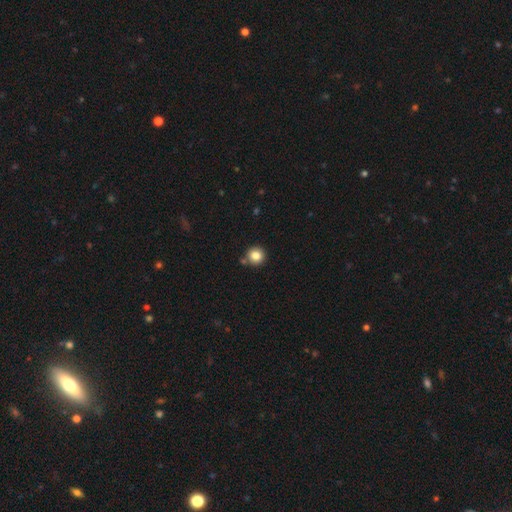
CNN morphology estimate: smooth 83%, star or artifact 10%, featured or disk 7%. Down the decision tree: how rounded — round (94%); merging — none (83%).